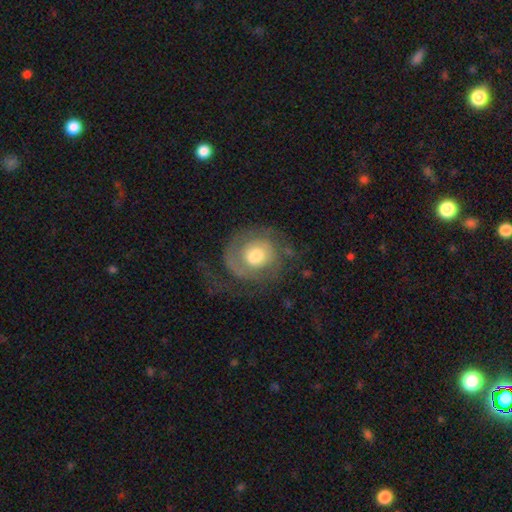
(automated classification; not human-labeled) Smooth or featured?
  - featured or disk: 61% *
  - smooth: 31%
  - star or artifact: 8%
Edge-on disk?
  - no: 97% *
  - yes: 3%
Bar?
  - no: 72% *
  - weak: 24%
  - strong: 5%
Spiral arms?
  - yes: 78% *
  - no: 22%
Bulge size?
  - moderate: 62% *
  - large: 23%
  - small: 12%
  - dominant: 3%
  - none: 2%
Merging?
  - none: 55% *
  - major disturbance: 26%
  - minor disturbance: 17%
  - merger: 2%